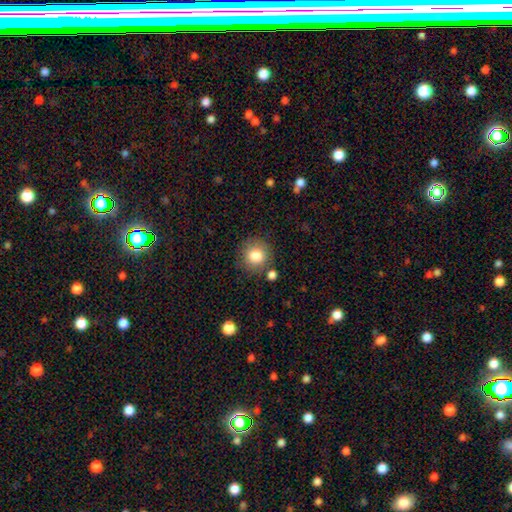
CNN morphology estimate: Smooth or featured?
  - smooth: 83% *
  - star or artifact: 9%
  - featured or disk: 8%
How rounded?
  - round: 93% *
  - in between: 6%
  - cigar-shaped: 1%
Merging?
  - none: 81% *
  - minor disturbance: 10%
  - merger: 5%
  - major disturbance: 3%